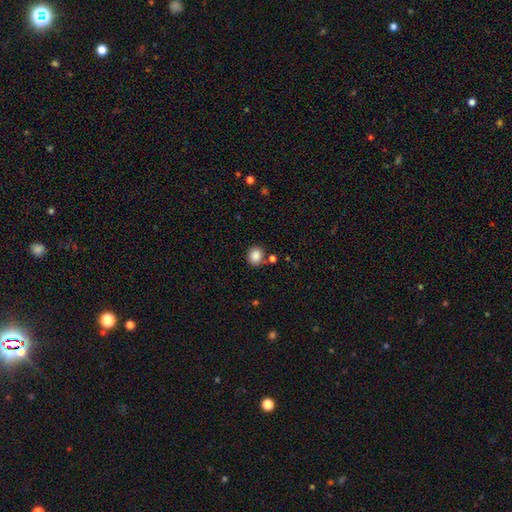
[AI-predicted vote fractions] Smooth or featured?
  - smooth: 87% *
  - star or artifact: 9%
  - featured or disk: 4%
How rounded?
  - round: 69% *
  - in between: 30%
  - cigar-shaped: 1%
Merging?
  - none: 79% *
  - minor disturbance: 10%
  - merger: 8%
  - major disturbance: 3%